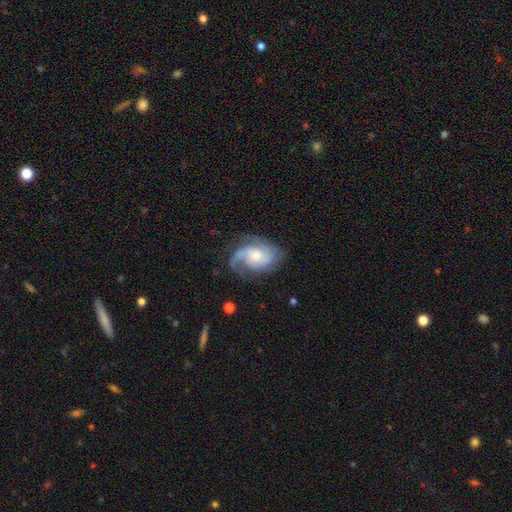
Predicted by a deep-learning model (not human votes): A featured or disk galaxy (81%) with no bar (69%), 2 (36%) medium (43%) spiral arms (95%) and a moderate central bulge (51%). Merging: none (62%).